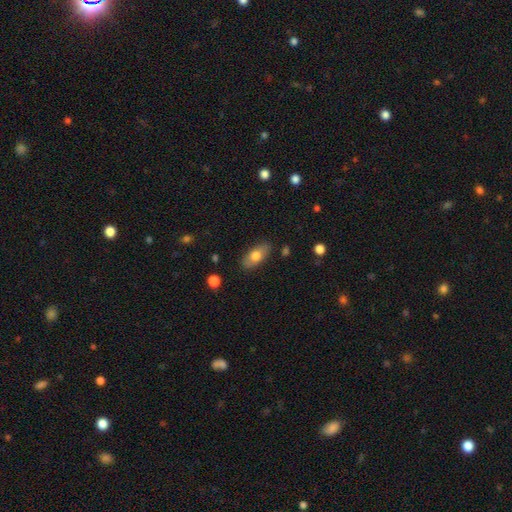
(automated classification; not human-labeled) A smooth galaxy with no disk features (71%) that is in between round and cigar-shaped (88%).

Vote fractions:
- Smooth or featured? smooth: 71% / featured or disk: 22% / star or artifact: 7%
- How rounded? in between: 88% / cigar-shaped: 7% / round: 4%
- Merging? none: 84% / minor disturbance: 12% / major disturbance: 3% / merger: 1%